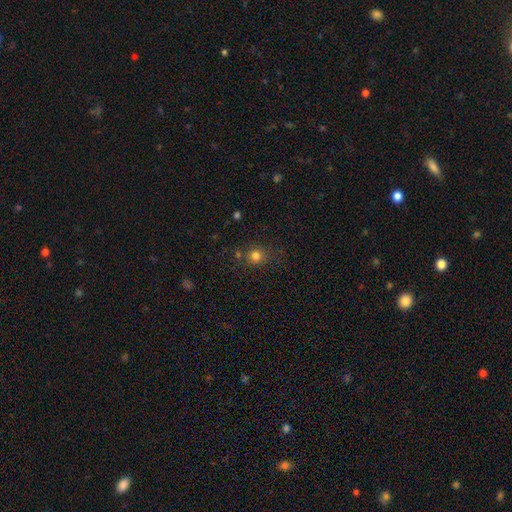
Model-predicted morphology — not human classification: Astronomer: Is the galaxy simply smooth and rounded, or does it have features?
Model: smooth — 76%.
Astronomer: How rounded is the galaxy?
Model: round — 86%.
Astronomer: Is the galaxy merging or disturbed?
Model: none — 77%.